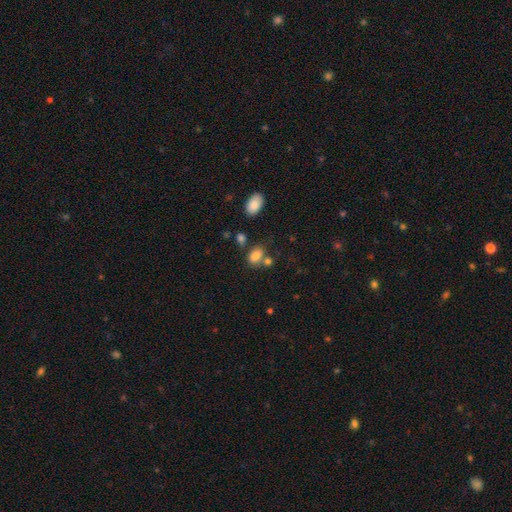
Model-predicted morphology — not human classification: Q: Smooth or featured?
A: smooth (81%); runner-up: star or artifact (10%)
Q: How rounded?
A: in between (81%); runner-up: round (18%)
Q: Merging?
A: none (57%); runner-up: merger (21%)